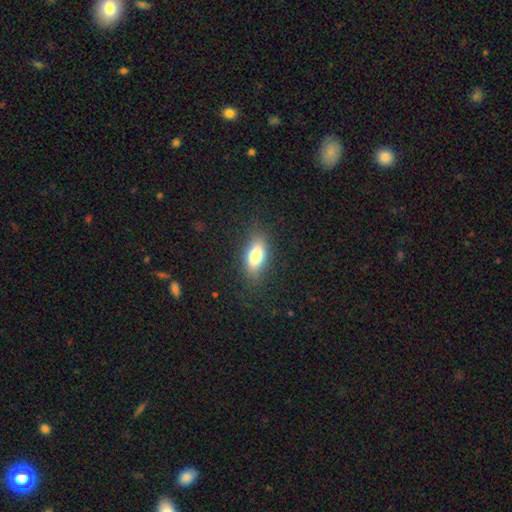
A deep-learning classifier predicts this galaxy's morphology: smooth_or_featured: smooth (p=0.77) [alt: featured or disk p=0.15]
how_rounded: in between (p=0.80) [alt: cigar-shaped p=0.15]
merging: none (p=0.82) [alt: minor disturbance p=0.13]